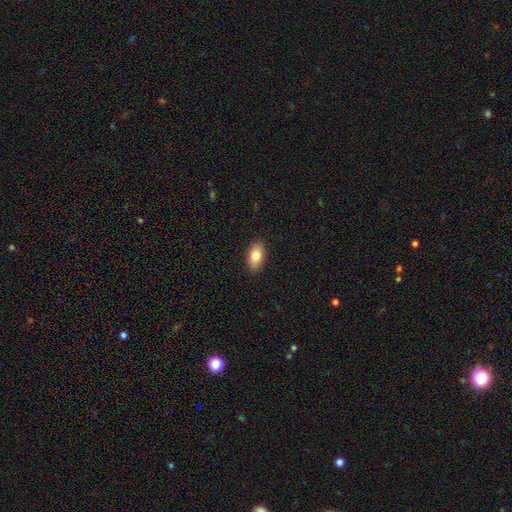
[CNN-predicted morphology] smooth-or-featured: smooth: 81% | featured or disk: 12% | star or artifact: 8%
  how-rounded: in between: 90% | round: 7% | cigar-shaped: 3%
  merging: none: 89% | minor disturbance: 8% | major disturbance: 2% | merger: 1%